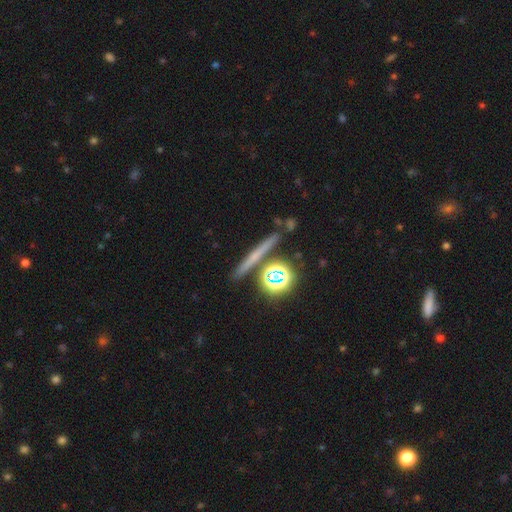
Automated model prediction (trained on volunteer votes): Smooth or featured?
  - smooth: 36% * (tied)
  - featured or disk: 36% * (tied)
  - star or artifact: 28%
Merging?
  - none: 82% *
  - minor disturbance: 8%
  - merger: 7%
  - major disturbance: 3%